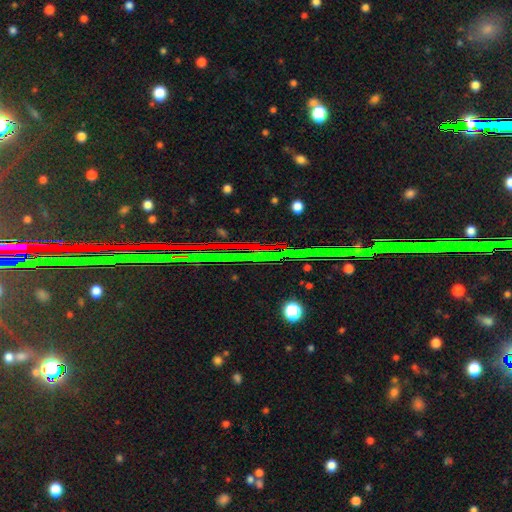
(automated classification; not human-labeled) Q: Smooth or featured?
A: star or artifact (84%); runner-up: featured or disk (8%)